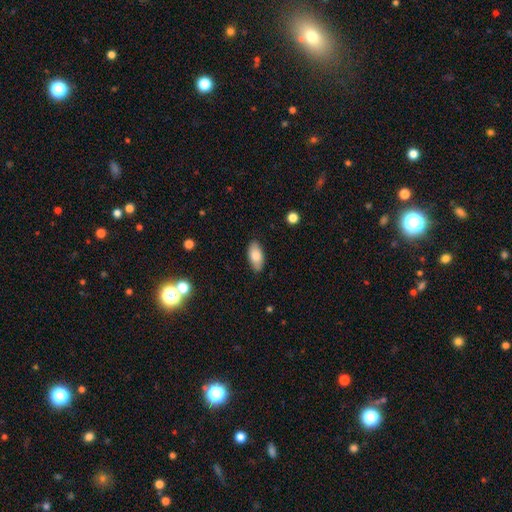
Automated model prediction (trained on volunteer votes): Smooth or featured? Predicted: smooth (p=0.81). How rounded? Predicted: in between (p=0.92). Merging? Predicted: none (p=0.87).